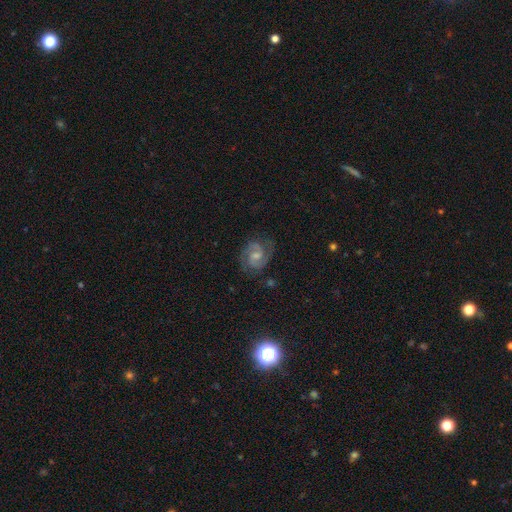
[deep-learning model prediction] Q: Smooth or featured?
A: featured or disk (83%); runner-up: star or artifact (9%)
Q: Edge-on disk?
A: no (98%); runner-up: yes (2%)
Q: Bar?
A: weak (50%); runner-up: no (37%)
Q: Spiral arms?
A: yes (98%); runner-up: no (2%)
Q: Spiral winding?
A: medium (50%); runner-up: tight (42%)
Q: Spiral arm count?
A: 2 (88%); runner-up: can't tell (4%)
Q: Bulge size?
A: moderate (47%); runner-up: small (44%)
Q: Merging?
A: none (82%); runner-up: minor disturbance (12%)